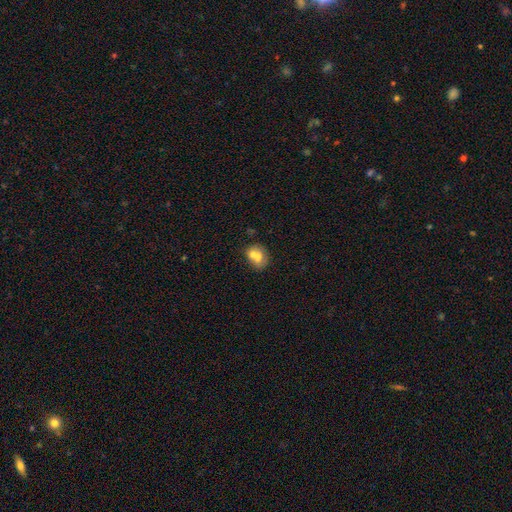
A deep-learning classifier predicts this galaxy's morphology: smooth 65%, featured or disk 26%, star or artifact 9%. Down the decision tree: how rounded — round (60%); merging — merger (55%).